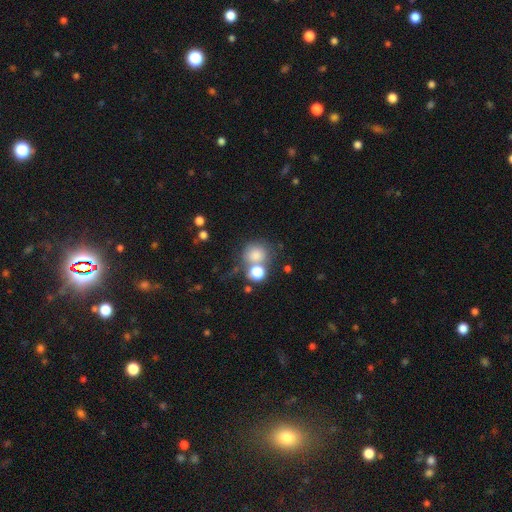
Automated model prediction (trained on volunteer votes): Overall: smooth (77%). How rounded: round (82%). Merging: none (53%; merger 28%).